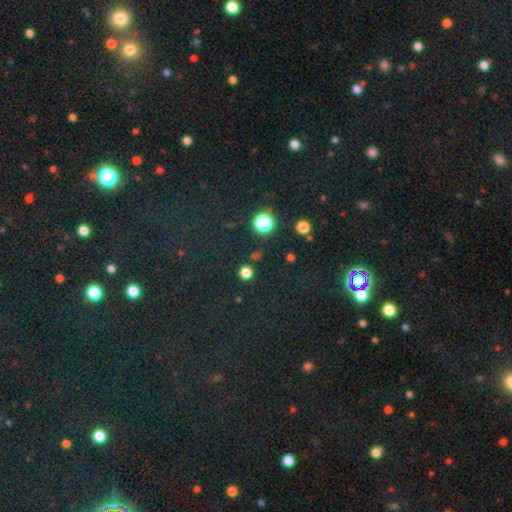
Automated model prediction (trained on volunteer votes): Smooth or featured? Predicted: smooth (p=0.47). Merging? Predicted: none (p=0.85).